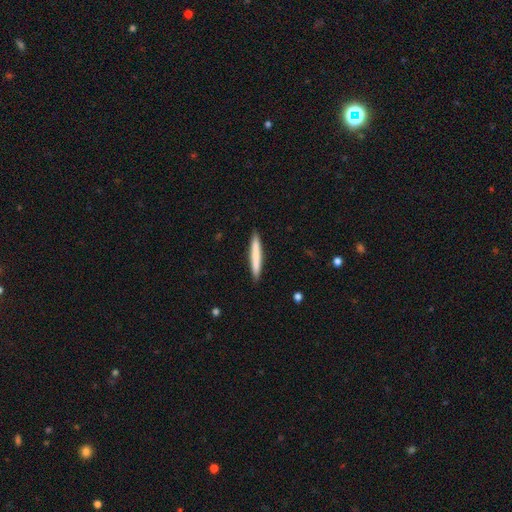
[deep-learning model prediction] Morphology: type=smooth (73%); roundness=cigar-shaped (96%); merging=none (91%).